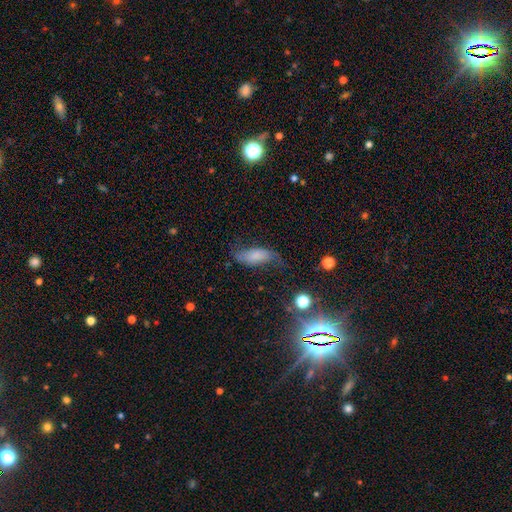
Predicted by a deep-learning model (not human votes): The model was most divided on "merging": none: 50%, minor disturbance: 29%, major disturbance: 18%, merger: 3%. More confident: how rounded — in between (79%); smooth or featured — smooth (60%).